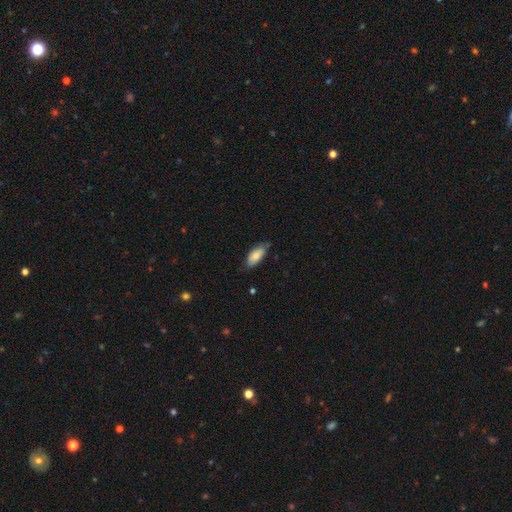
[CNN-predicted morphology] Overall: smooth (79%). How rounded: in between (86%). Merging: none (69%).